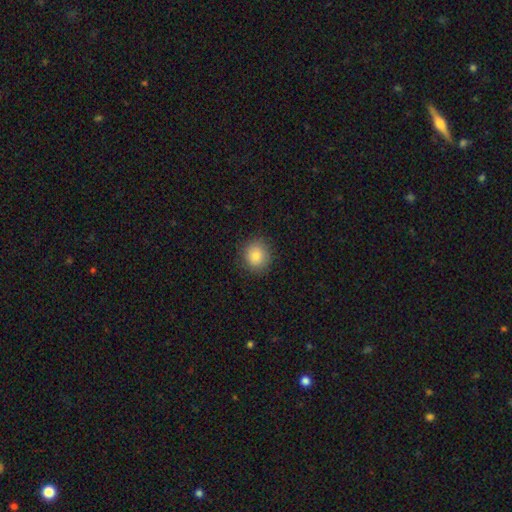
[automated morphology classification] smooth-or-featured: smooth: 85% | star or artifact: 9% | featured or disk: 5%
  how-rounded: round: 85% | in between: 14% | cigar-shaped: 1%
  merging: none: 88% | minor disturbance: 8% | major disturbance: 3% | merger: 1%